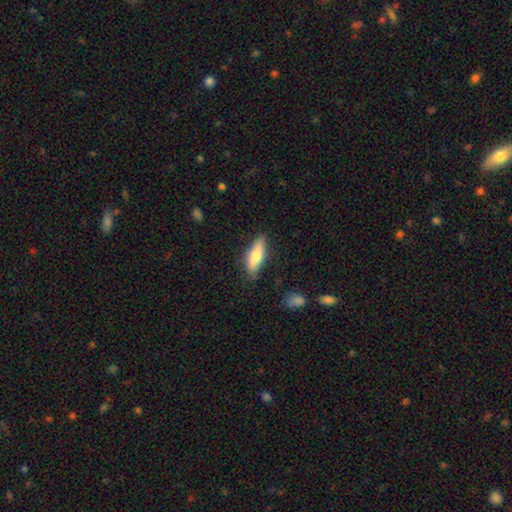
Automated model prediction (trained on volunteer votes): This is likely a smooth galaxy (69%). How rounded: possibly in between (50%). Merging: clearly none (81%).